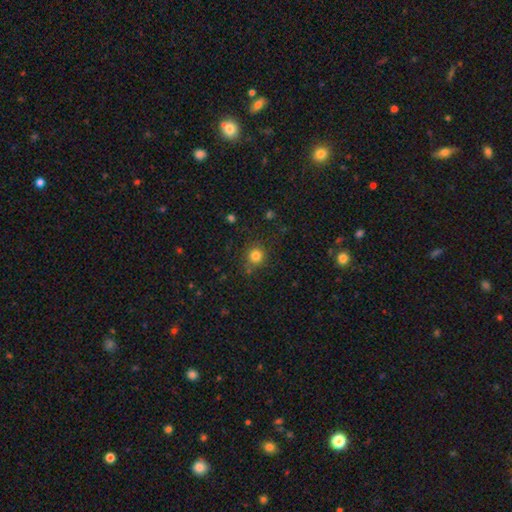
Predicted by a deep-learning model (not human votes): Overall: smooth (81%). How rounded: round (89%). Merging: none (82%).